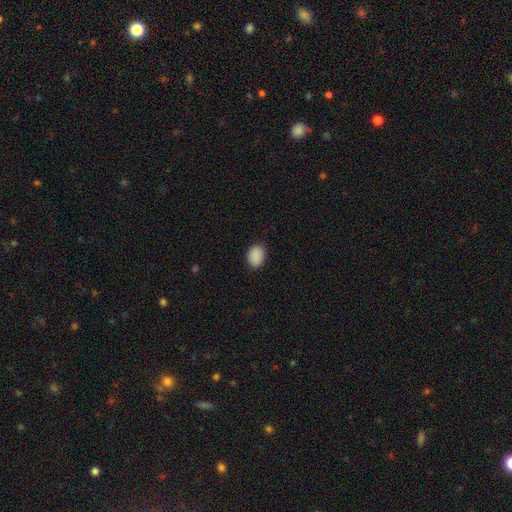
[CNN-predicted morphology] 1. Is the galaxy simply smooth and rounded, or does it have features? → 90% smooth, 7% star or artifact, 3% featured or disk.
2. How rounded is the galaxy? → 67% in between, 32% round, 1% cigar-shaped.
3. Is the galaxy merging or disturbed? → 87% none, 10% minor disturbance, 2% major disturbance, 1% merger.